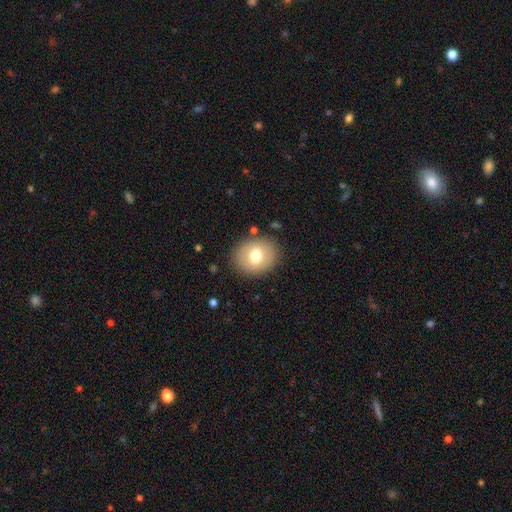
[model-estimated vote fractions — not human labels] Q: Smooth or featured?
A: smooth (70%); runner-up: featured or disk (21%)
Q: How rounded?
A: round (56%); runner-up: in between (43%)
Q: Merging?
A: none (86%); runner-up: minor disturbance (9%)